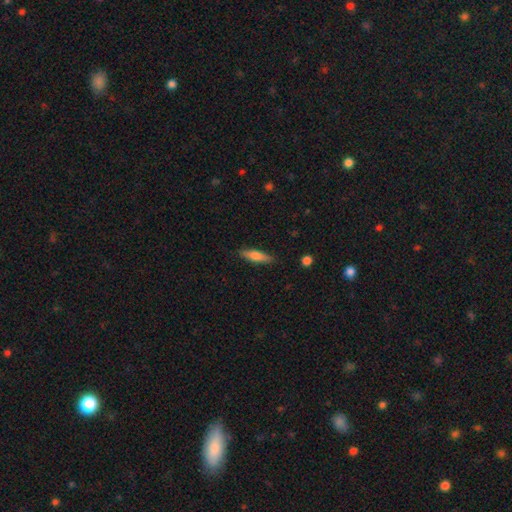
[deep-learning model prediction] smooth-or-featured: smooth: 72% | featured or disk: 22% | star or artifact: 6%
  how-rounded: cigar-shaped: 68% | in between: 30% | round: 2%
  merging: none: 87% | minor disturbance: 10% | major disturbance: 2% | merger: 1%